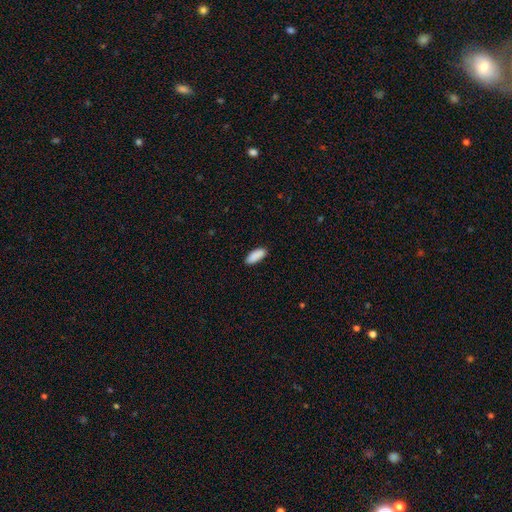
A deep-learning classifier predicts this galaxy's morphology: smooth 91%, star or artifact 6%, featured or disk 3%. Down the decision tree: how rounded — in between (79%); merging — none (88%).